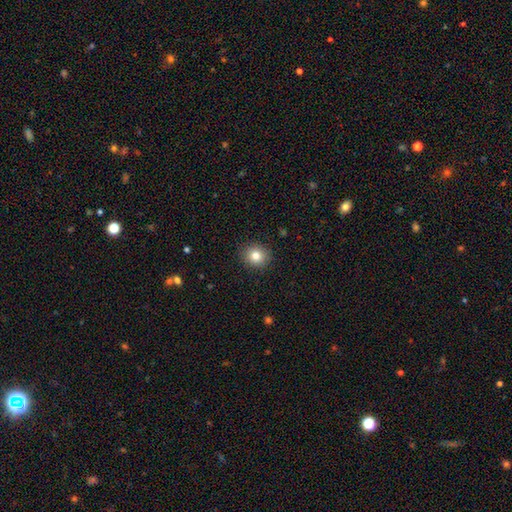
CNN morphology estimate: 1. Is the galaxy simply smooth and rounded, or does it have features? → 81% smooth, 11% star or artifact, 8% featured or disk.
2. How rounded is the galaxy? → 86% round, 13% in between, 1% cigar-shaped.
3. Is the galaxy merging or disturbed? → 91% none, 6% minor disturbance, 2% major disturbance, 1% merger.